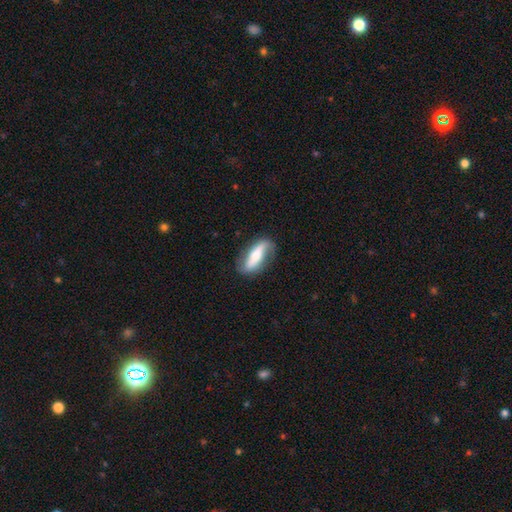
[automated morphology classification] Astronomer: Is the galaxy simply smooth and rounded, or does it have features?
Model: featured or disk — 60%.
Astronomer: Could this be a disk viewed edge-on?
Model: no — 70%.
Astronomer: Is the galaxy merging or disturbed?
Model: none — 78%.